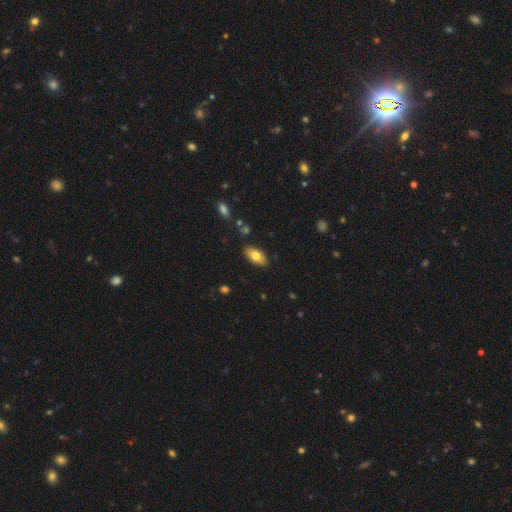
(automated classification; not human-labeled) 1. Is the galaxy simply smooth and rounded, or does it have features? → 76% smooth, 17% featured or disk, 7% star or artifact.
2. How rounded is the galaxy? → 90% in between, 7% cigar-shaped, 3% round.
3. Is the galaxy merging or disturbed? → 85% none, 11% minor disturbance, 2% major disturbance, 2% merger.